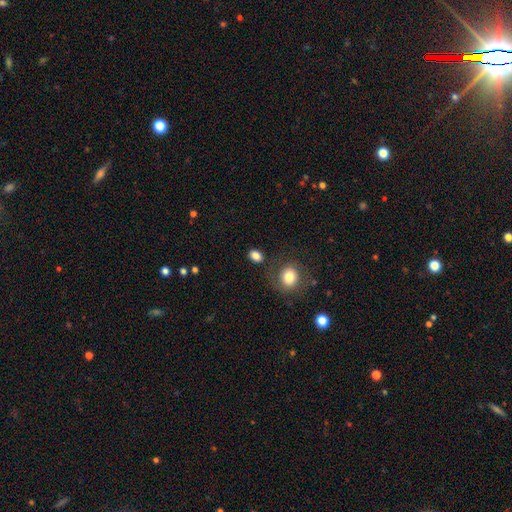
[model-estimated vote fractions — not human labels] smooth-or-featured: smooth: 84% | star or artifact: 9% | featured or disk: 6%
  how-rounded: in between: 70% | round: 29% | cigar-shaped: 2%
  merging: none: 75% | minor disturbance: 13% | merger: 6% | major disturbance: 5%